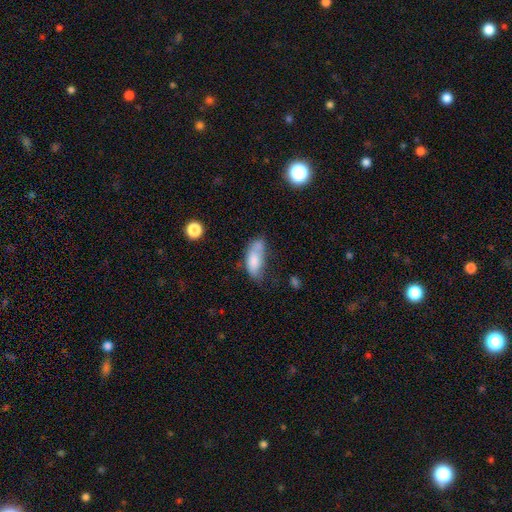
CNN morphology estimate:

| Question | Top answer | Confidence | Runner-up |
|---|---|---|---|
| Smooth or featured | smooth | 74% | featured or disk (17%) |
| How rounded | in between | 79% | cigar-shaped (18%) |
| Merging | none | 33% | minor disturbance (30%) |